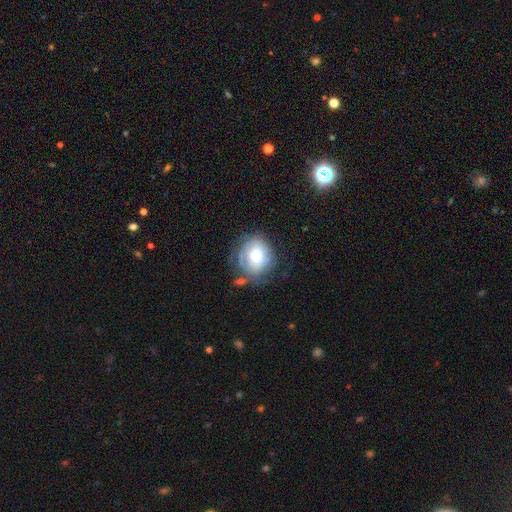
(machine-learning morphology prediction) Smooth or featured: smooth — 58% (featured or disk — 33%)
How rounded: round — 76% (in between — 23%)
Merging: none — 55% (minor disturbance — 25%)